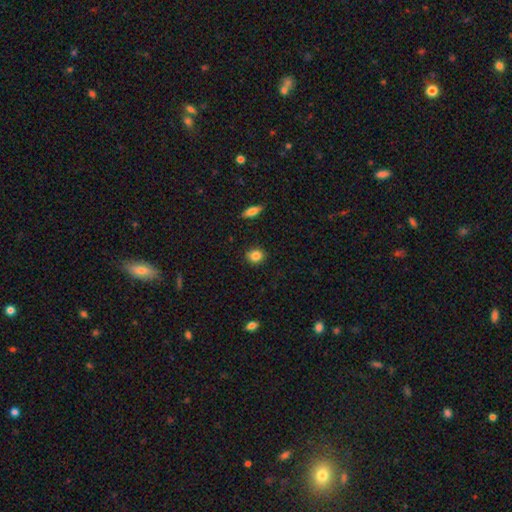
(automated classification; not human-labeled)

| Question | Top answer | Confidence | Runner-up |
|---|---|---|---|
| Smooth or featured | smooth | 85% | star or artifact (9%) |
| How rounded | round | 79% | in between (20%) |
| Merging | none | 89% | minor disturbance (8%) |